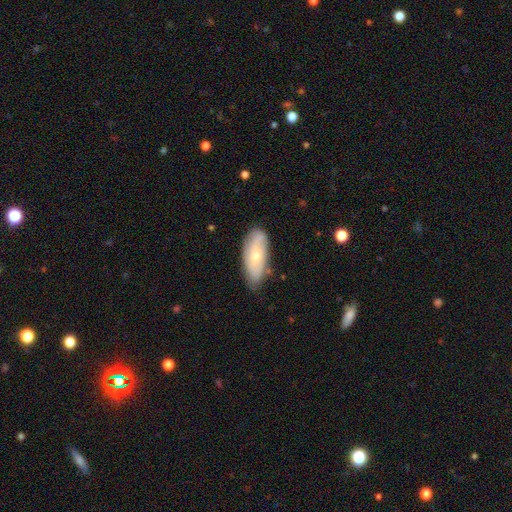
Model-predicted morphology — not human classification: A featured or disk galaxy (48%). Merging: none (68%).